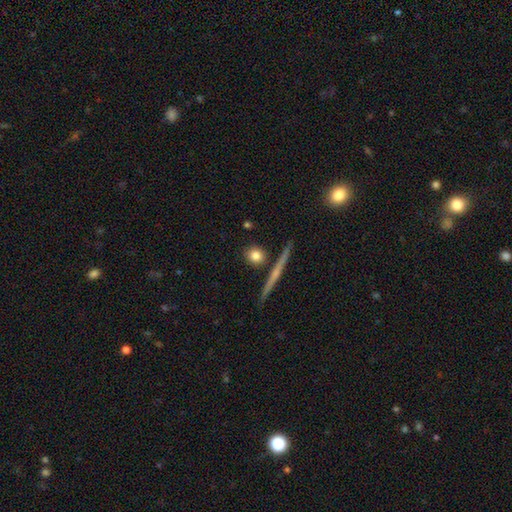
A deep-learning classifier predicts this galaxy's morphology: Smooth or featured? Predicted: smooth (p=0.77). How rounded? Predicted: round (p=0.82). Merging? Predicted: none (p=0.80).